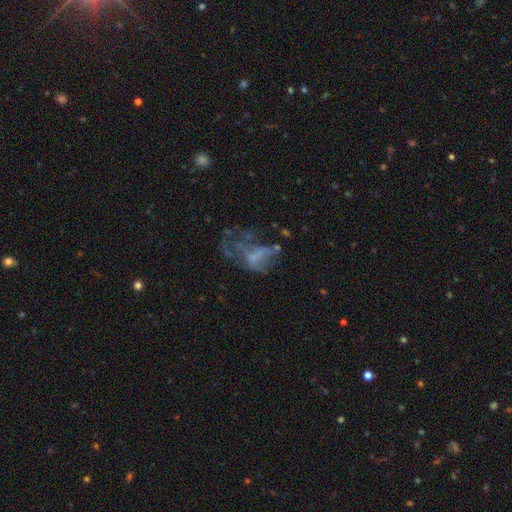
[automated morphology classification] A featured or disk galaxy (54%) with no bar (82%), no spiral arms (85%) and no central bulge (66%).

Vote fractions:
- Smooth or featured? featured or disk: 54% / smooth: 26% / star or artifact: 20%
- Edge-on disk? no: 97% / yes: 3%
- Bar? no: 82% / weak: 14% / strong: 4%
- Spiral arms? no: 85% / yes: 15%
- Bulge size? none: 66% / small: 17% / moderate: 12% / large: 3% / dominant: 1%
- Merging? major disturbance: 50% / none: 26% / minor disturbance: 15% / merger: 9%